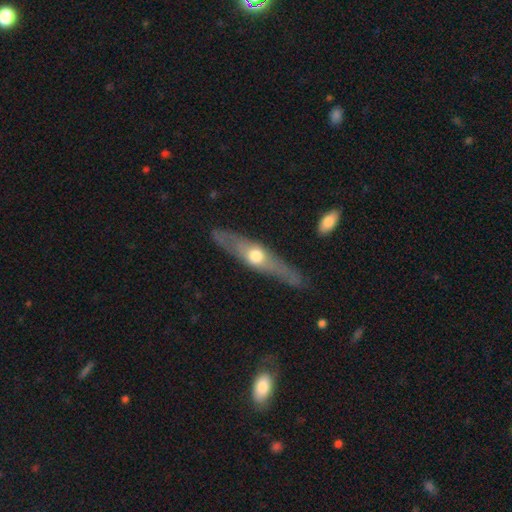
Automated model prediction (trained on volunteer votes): The model was most divided on "smooth or featured": featured or disk: 64%, smooth: 31%, star or artifact: 5%. More confident: edge-on bulge — rounded (92%); merging — none (83%); edge-on disk — yes (82%).